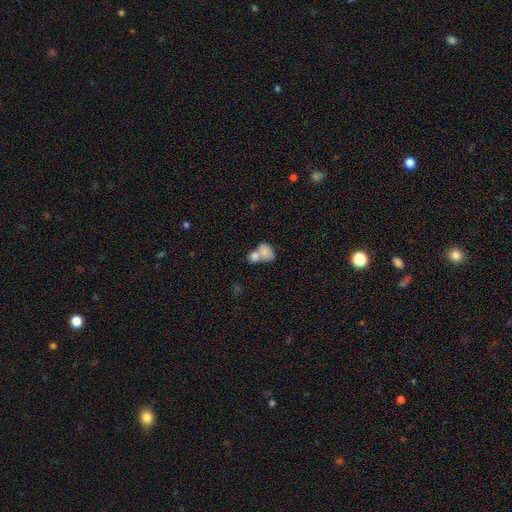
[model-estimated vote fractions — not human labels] Smooth or featured: smooth — 76% (featured or disk — 15%)
How rounded: in between — 64% (round — 34%)
Merging: merger — 67% (none — 20%)